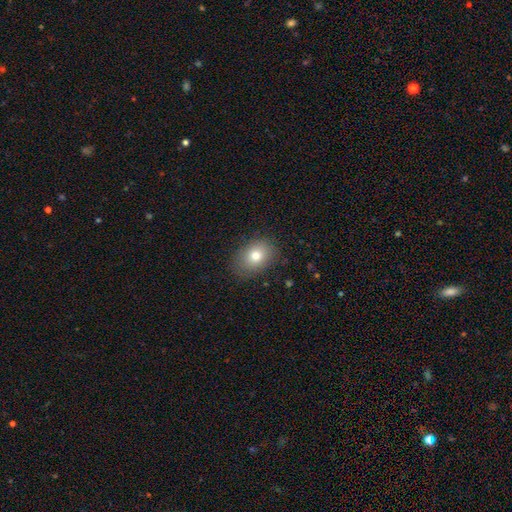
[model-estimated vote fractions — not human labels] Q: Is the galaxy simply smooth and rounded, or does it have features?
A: smooth — 78%.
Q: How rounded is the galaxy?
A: in between — 67%.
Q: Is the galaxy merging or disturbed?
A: none — 84%.